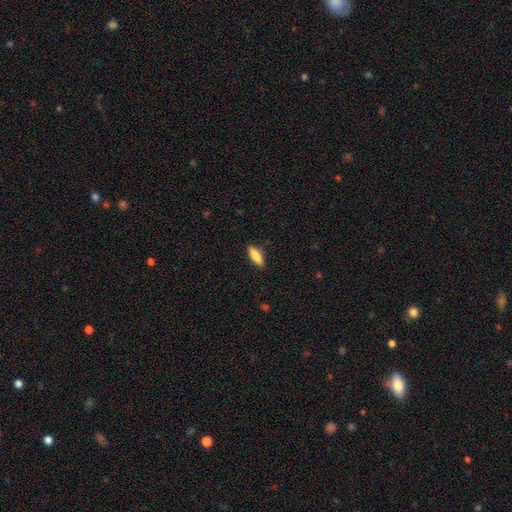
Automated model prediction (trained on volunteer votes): Smooth or featured? smooth (82%)
How rounded? in between (54%)
Merging? none (87%)